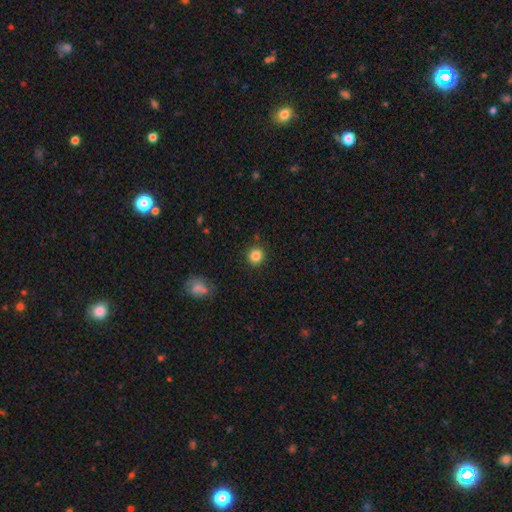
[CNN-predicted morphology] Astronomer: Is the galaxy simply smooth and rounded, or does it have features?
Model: smooth — 84%.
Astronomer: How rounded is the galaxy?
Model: round — 93%.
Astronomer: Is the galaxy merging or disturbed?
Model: none — 90%.